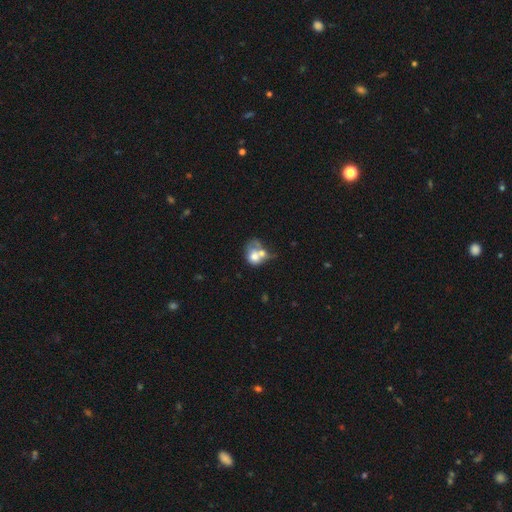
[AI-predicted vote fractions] Smooth or featured?
  - smooth: 59% *
  - featured or disk: 31%
  - star or artifact: 10%
How rounded?
  - round: 51% *
  - in between: 48%
  - cigar-shaped: 1%
Merging?
  - merger: 59% *
  - none: 17%
  - major disturbance: 14%
  - minor disturbance: 10%